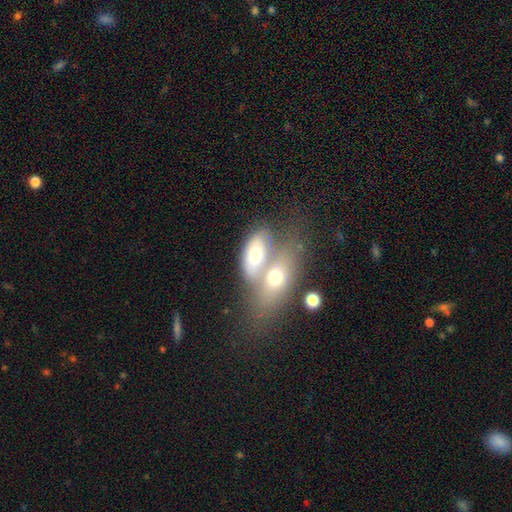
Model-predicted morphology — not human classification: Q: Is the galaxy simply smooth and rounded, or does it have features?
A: smooth — 59%.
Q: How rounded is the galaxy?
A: in between — 82%.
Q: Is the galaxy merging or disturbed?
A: merger — 69%.